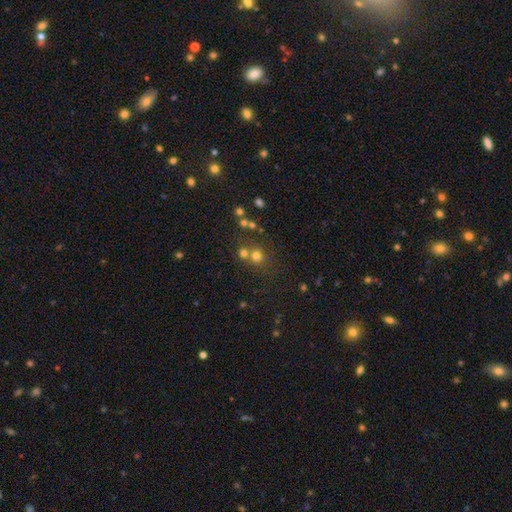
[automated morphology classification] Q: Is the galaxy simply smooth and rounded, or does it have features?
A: smooth — 66%.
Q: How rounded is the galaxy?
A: round — 84%.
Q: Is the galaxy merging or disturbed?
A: none — 51%.